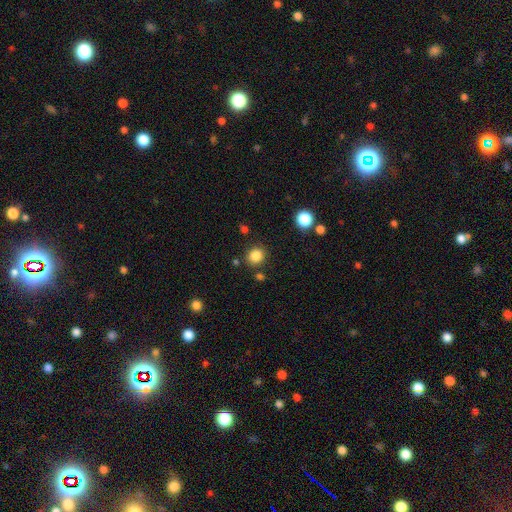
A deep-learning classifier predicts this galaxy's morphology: Overall: smooth (85%). How rounded: round (84%). Merging: none (85%).